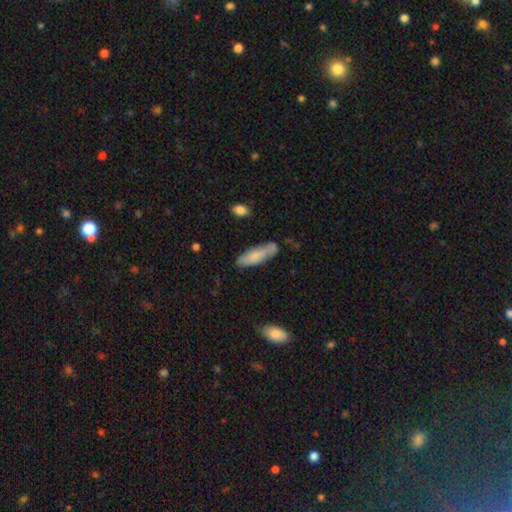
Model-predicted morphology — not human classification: type=smooth (73%); roundness=cigar-shaped (55%); merging=none (65%).